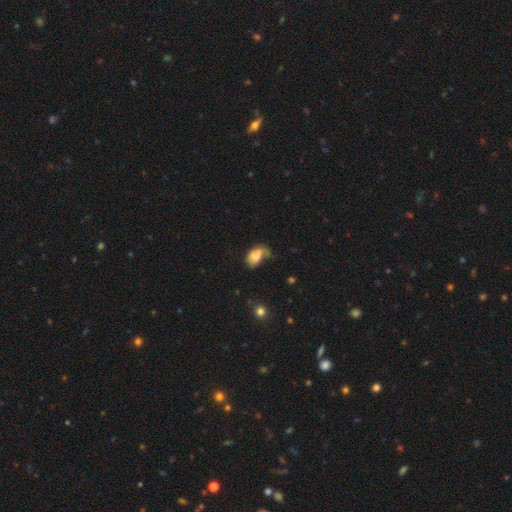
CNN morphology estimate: Smooth or featured?
  - smooth: 68% *
  - featured or disk: 21%
  - star or artifact: 11%
How rounded?
  - in between: 81% *
  - round: 17%
  - cigar-shaped: 2%
Merging?
  - merger: 37% *
  - none: 23%
  - major disturbance: 22%
  - minor disturbance: 18%